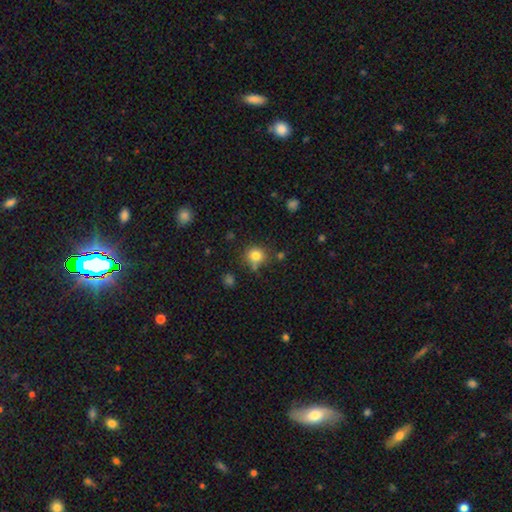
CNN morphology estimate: The model was most divided on "merging": none: 75%, minor disturbance: 14%, merger: 7%, major disturbance: 4%. More confident: how rounded — round (87%); smooth or featured — smooth (80%).